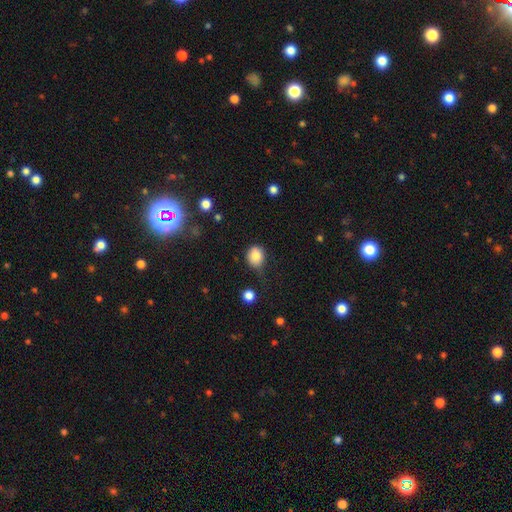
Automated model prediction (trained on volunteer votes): Smooth or featured? smooth (81%)
How rounded? round (72%)
Merging? none (53%)